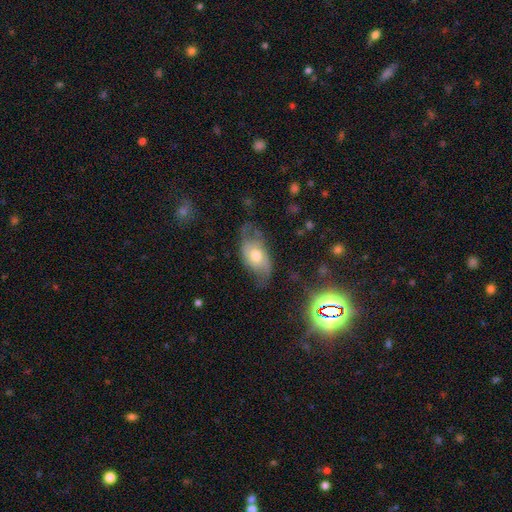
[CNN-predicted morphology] smooth-or-featured: featured or disk: 46% | smooth: 45% | star or artifact: 9%
  merging: none: 47% | minor disturbance: 31% | major disturbance: 20% | merger: 2%